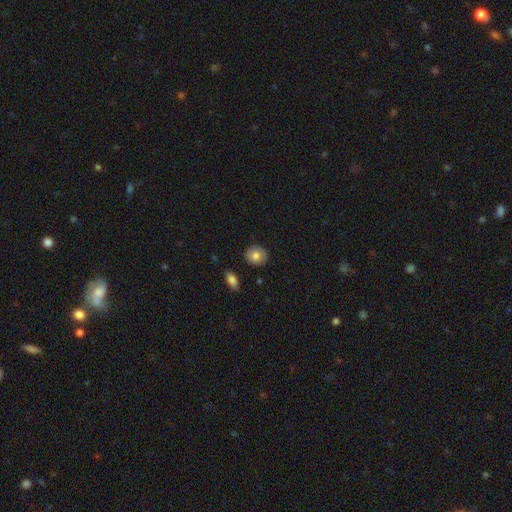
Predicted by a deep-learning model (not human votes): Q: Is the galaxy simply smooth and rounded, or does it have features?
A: smooth — 80%.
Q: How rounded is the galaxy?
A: round — 76%.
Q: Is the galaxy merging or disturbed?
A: none — 88%.